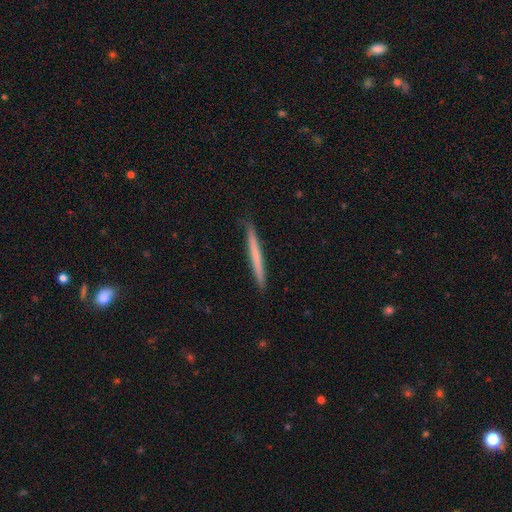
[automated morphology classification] type=smooth (57%); roundness=cigar-shaped (97%); merging=none (90%).